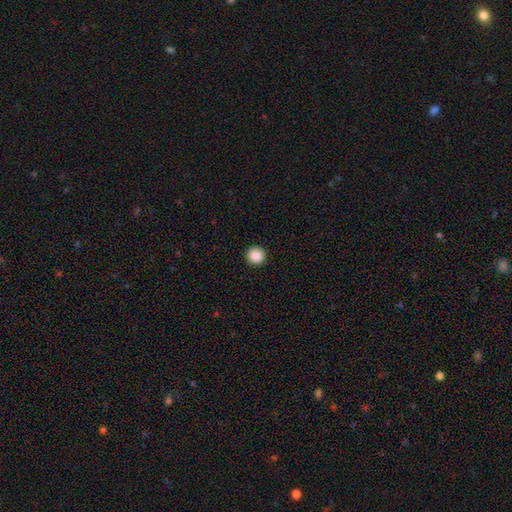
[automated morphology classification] type=smooth (89%); roundness=round (94%); merging=none (93%).